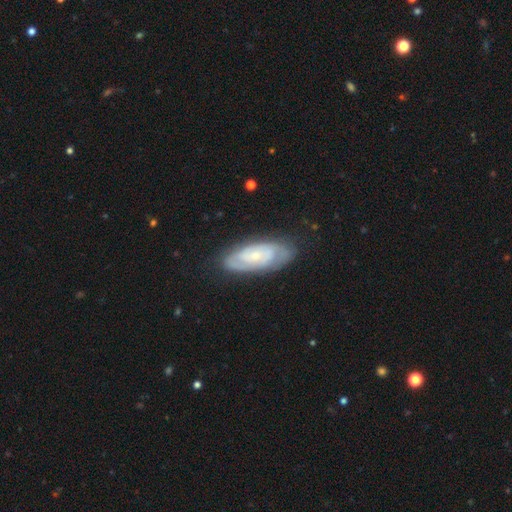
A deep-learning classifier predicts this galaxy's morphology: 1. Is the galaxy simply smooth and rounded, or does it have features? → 71% featured or disk, 23% smooth, 6% star or artifact.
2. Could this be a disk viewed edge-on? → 92% no, 8% yes.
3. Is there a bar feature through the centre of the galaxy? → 68% no, 26% weak, 6% strong.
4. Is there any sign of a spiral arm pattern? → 86% yes, 14% no.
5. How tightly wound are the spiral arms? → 67% tight, 26% medium, 7% loose.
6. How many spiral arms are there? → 41% 2, 40% can't tell, 8% 3, 4% 1, 3% 4, 3% more than 4.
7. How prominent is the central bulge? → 70% small, 23% moderate, 4% none, 2% large, 1% dominant.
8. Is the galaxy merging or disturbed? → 78% none, 16% minor disturbance, 5% major disturbance, 1% merger.